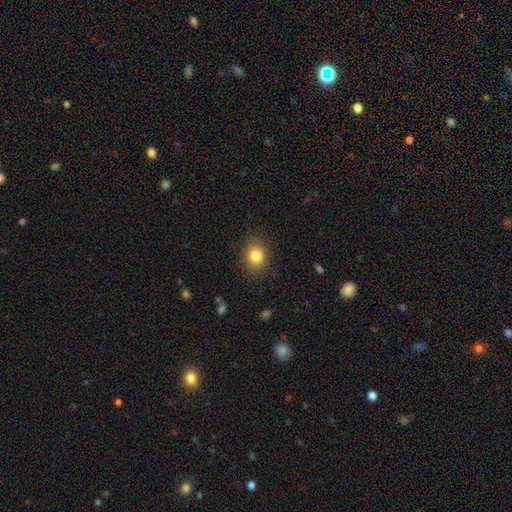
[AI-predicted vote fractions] A smooth galaxy with no disk features (83%) that is round (60%).

Vote fractions:
- Smooth or featured? smooth: 83% / star or artifact: 11% / featured or disk: 7%
- How rounded? round: 60% / in between: 39% / cigar-shaped: 1%
- Merging? none: 87% / minor disturbance: 9% / major disturbance: 3% / merger: 1%